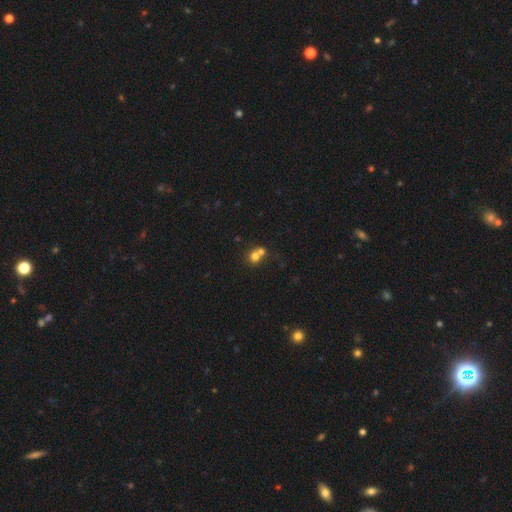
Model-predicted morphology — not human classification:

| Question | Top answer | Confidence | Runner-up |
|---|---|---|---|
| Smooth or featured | smooth | 72% | featured or disk (14%) |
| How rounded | round | 80% | in between (19%) |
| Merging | merger | 56% | none (35%) |